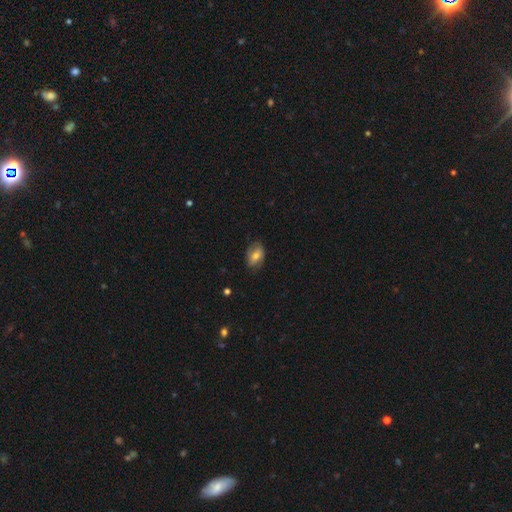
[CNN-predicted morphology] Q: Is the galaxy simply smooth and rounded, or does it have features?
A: smooth — 60%.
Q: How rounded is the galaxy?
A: in between — 84%.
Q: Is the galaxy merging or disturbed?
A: none — 71%.